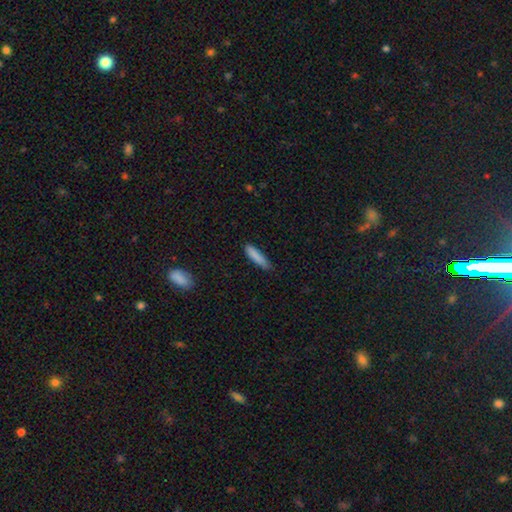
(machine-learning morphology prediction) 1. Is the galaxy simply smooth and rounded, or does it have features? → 85% smooth, 8% featured or disk, 7% star or artifact.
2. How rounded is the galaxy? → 81% cigar-shaped, 18% in between, 1% round.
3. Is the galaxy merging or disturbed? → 75% none, 20% minor disturbance, 3% major disturbance, 2% merger.